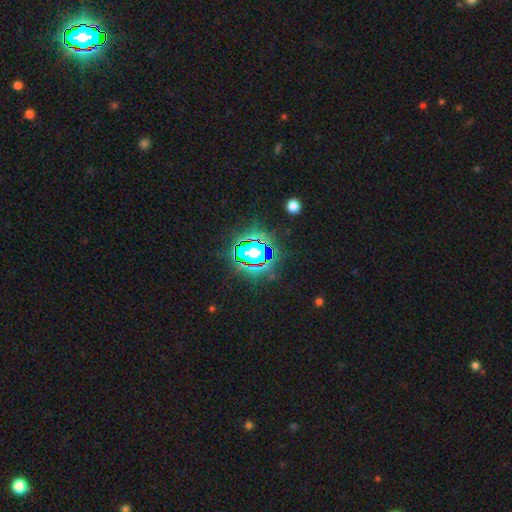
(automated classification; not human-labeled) Overall: star or artifact (70%).